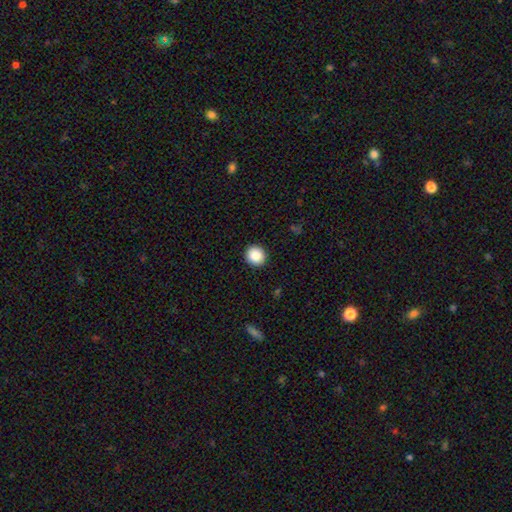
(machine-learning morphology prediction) smooth-or-featured: smooth: 86% | star or artifact: 9% | featured or disk: 5%
  how-rounded: round: 86% | in between: 13% | cigar-shaped: 1%
  merging: none: 92% | minor disturbance: 6% | major disturbance: 2% | merger: 1%